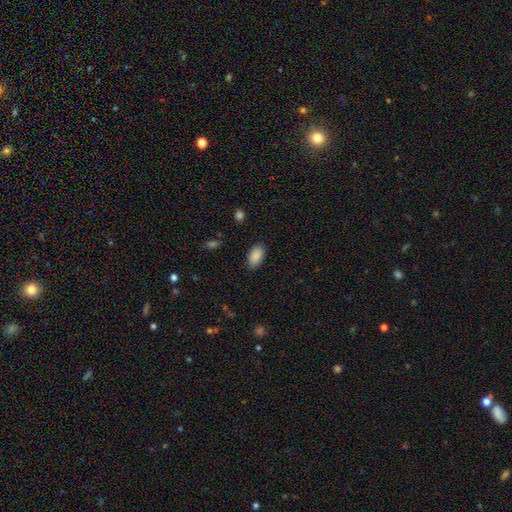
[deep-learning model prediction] A smooth galaxy with no disk features (88%) that is in between round and cigar-shaped (93%).

Vote fractions:
- Smooth or featured? smooth: 88% / star or artifact: 7% / featured or disk: 4%
- How rounded? in between: 93% / round: 5% / cigar-shaped: 2%
- Merging? none: 86% / minor disturbance: 10% / major disturbance: 3% / merger: 1%